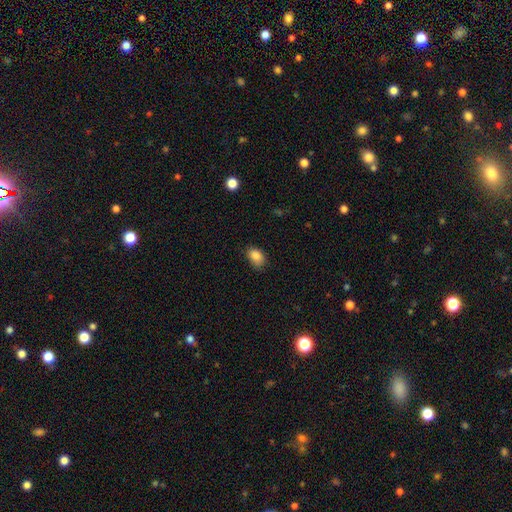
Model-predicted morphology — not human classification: Overall: smooth (86%). How rounded: in between (79%). Merging: none (71%).